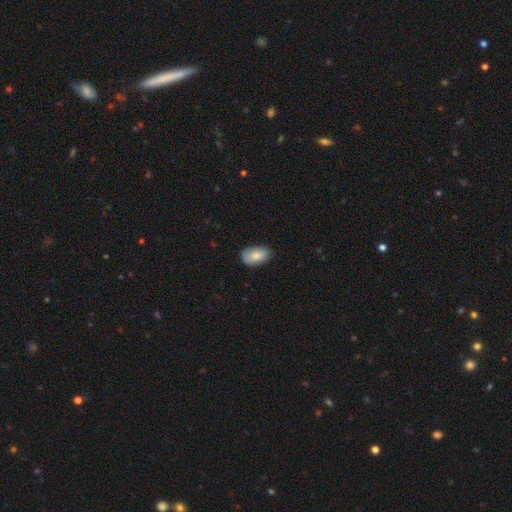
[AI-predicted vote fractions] smooth-or-featured: smooth: 82% | featured or disk: 12% | star or artifact: 7%
  how-rounded: in between: 93% | round: 6% | cigar-shaped: 1%
  merging: none: 74% | minor disturbance: 21% | major disturbance: 3% | merger: 1%